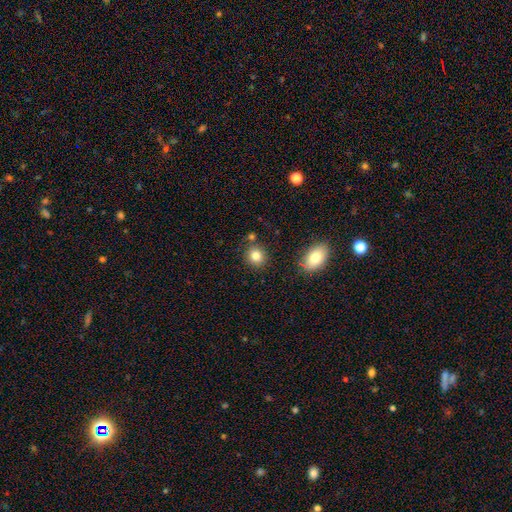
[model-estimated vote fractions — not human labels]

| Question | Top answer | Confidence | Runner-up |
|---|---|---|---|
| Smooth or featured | smooth | 82% | star or artifact (11%) |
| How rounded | round | 82% | in between (17%) |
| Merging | none | 81% | minor disturbance (9%) |